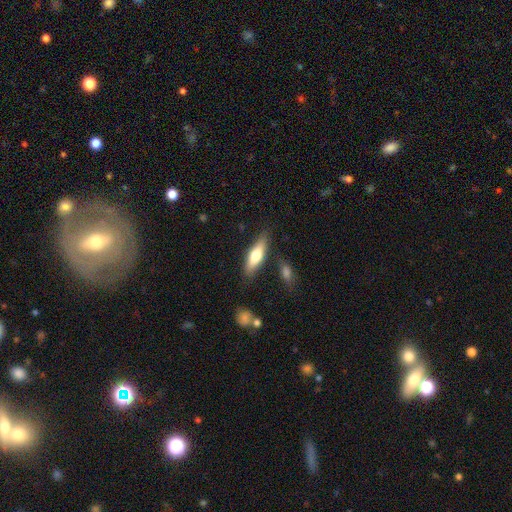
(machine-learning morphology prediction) Smooth or featured: smooth — 60% (featured or disk — 34%)
How rounded: cigar-shaped — 53% (in between — 45%)
Merging: none — 78% (minor disturbance — 14%)